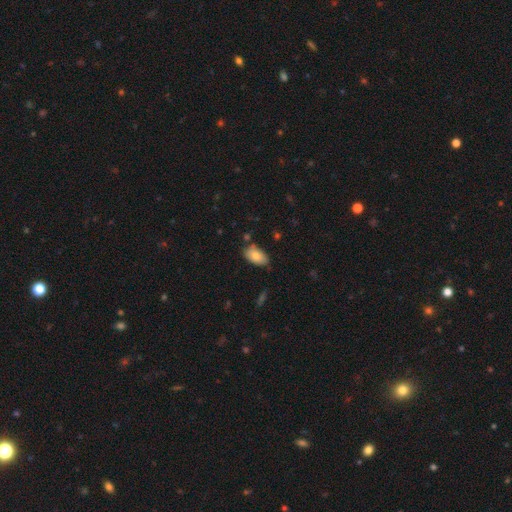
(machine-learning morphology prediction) Smooth or featured? Predicted: smooth (p=0.83). How rounded? Predicted: in between (p=0.94). Merging? Predicted: none (p=0.77).